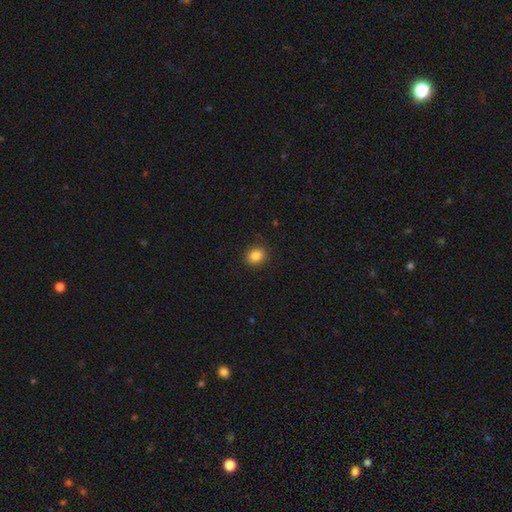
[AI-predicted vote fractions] smooth 84%, star or artifact 11%, featured or disk 5%. Down the decision tree: how rounded — round (73%); merging — none (89%).